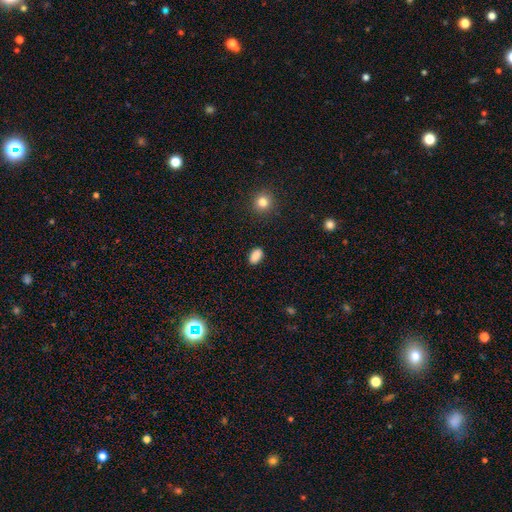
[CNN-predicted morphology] smooth 88%, star or artifact 9%, featured or disk 3%. Down the decision tree: how rounded — in between (90%); merging — none (89%).